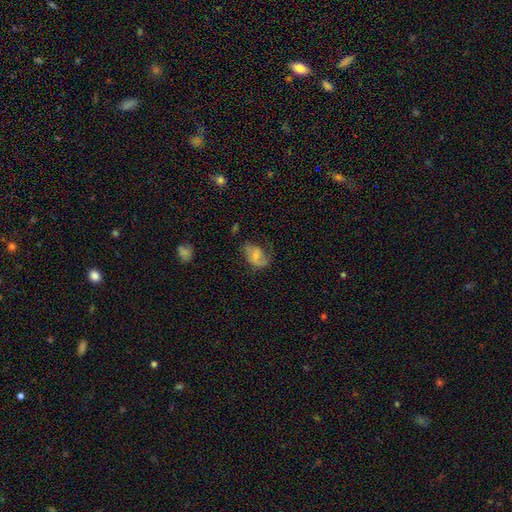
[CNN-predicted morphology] smooth_or_featured: featured or disk (p=0.47) [alt: smooth p=0.45]
merging: none (p=0.45) [alt: minor disturbance p=0.28]